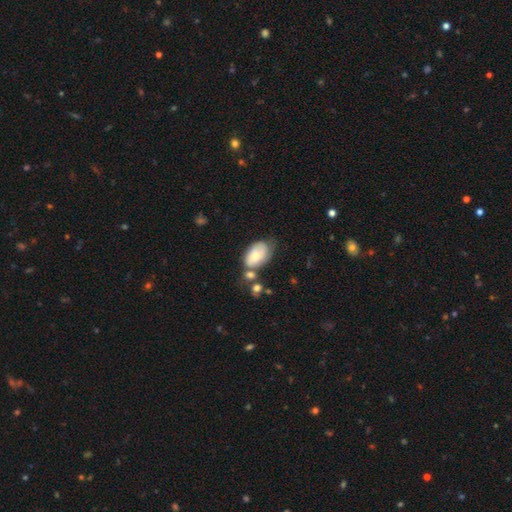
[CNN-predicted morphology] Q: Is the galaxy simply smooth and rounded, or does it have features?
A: smooth — 66%.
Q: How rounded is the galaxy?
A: in between — 91%.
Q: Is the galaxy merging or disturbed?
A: none — 38%.